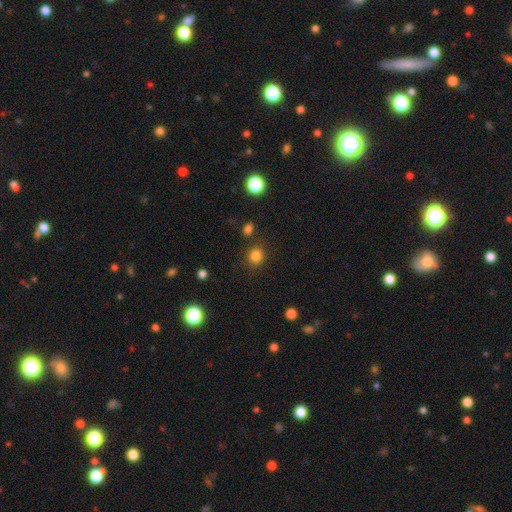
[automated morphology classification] A smooth galaxy with no disk features (83%) that is round (87%).

Vote fractions:
- Smooth or featured? smooth: 83% / star or artifact: 13% / featured or disk: 4%
- How rounded? round: 87% / in between: 12% / cigar-shaped: 1%
- Merging? none: 84% / minor disturbance: 8% / merger: 4% / major disturbance: 3%